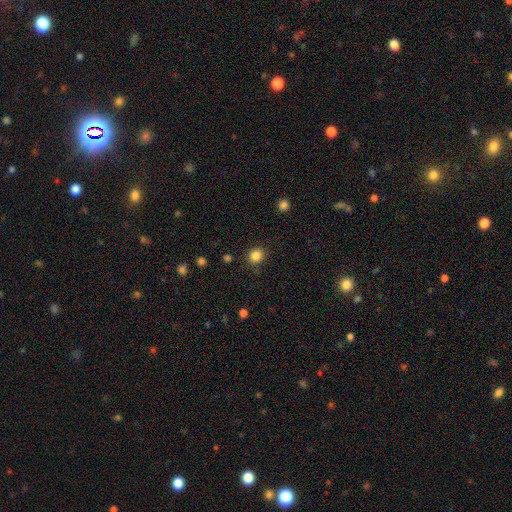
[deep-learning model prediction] This is clearly a smooth galaxy (84%). How rounded: clearly round (84%). Merging: clearly none (87%).